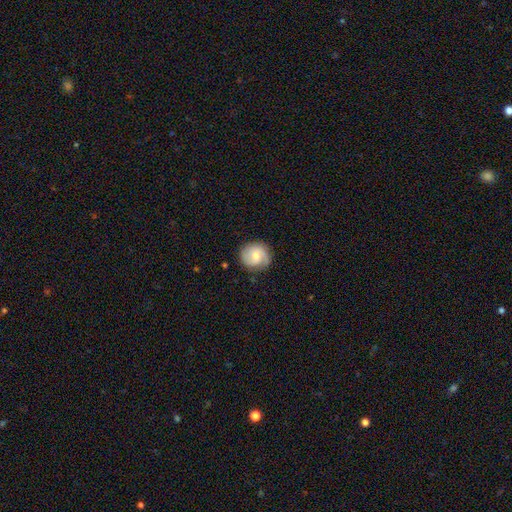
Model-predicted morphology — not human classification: This is possibly a featured or disk galaxy (48%). Merging: likely none (78%).